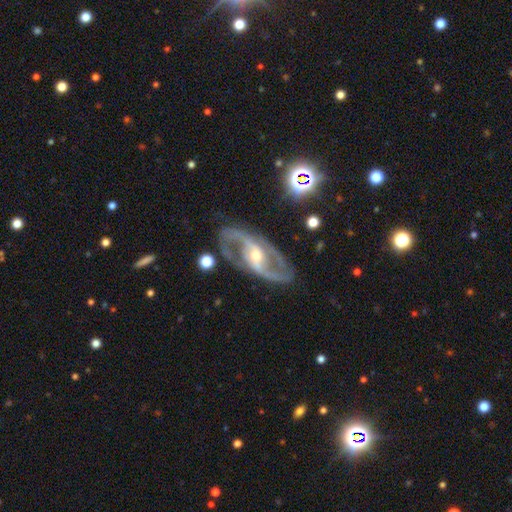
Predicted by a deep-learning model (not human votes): A featured or disk galaxy (90%) with a strong bar (41%), 2 (90%) medium (57%) spiral arms (95%) and a moderate central bulge (54%).

Vote fractions:
- Smooth or featured? featured or disk: 90% / smooth: 5% / star or artifact: 5%
- Edge-on disk? no: 95% / yes: 5%
- Bar? strong: 41% / weak: 35% / no: 24%
- Spiral arms? yes: 95% / no: 5%
- Spiral winding? medium: 57% / loose: 23% / tight: 20%
- Spiral arm count? 2: 90% / can't tell: 4% / 3: 3% / 1: 2% / 4: 1% / more than 4: 1%
- Bulge size? moderate: 54% / small: 41% / large: 3% / none: 1% / dominant: 1%
- Merging? none: 78% / minor disturbance: 13% / major disturbance: 7% / merger: 2%